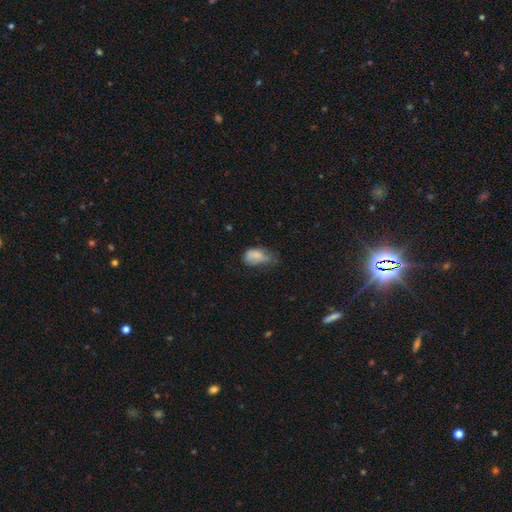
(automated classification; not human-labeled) This is likely a smooth galaxy (75%). How rounded: clearly in between (88%). Merging: marginally minor disturbance (43%).